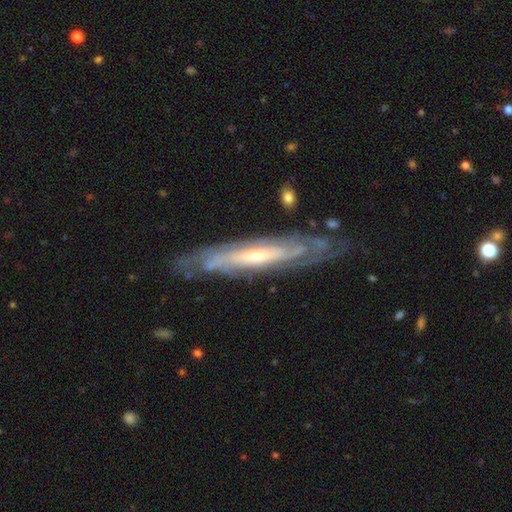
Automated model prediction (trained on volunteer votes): Smooth or featured? Predicted: featured or disk (p=0.81). Edge-on disk? Predicted: no (p=0.58). Merging? Predicted: none (p=0.76).